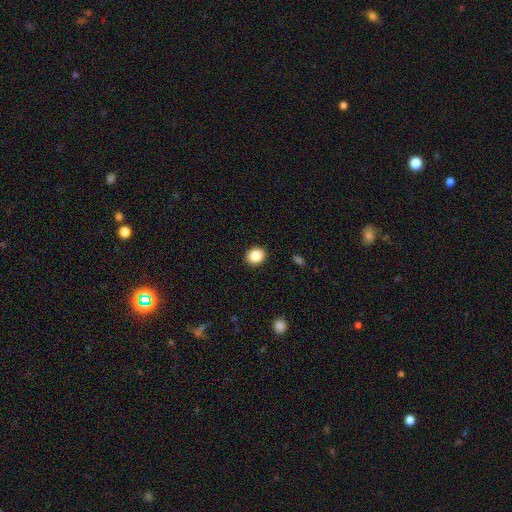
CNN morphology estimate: Smooth or featured: smooth — 87% (star or artifact — 9%)
How rounded: round — 69% (in between — 30%)
Merging: none — 92% (minor disturbance — 6%)